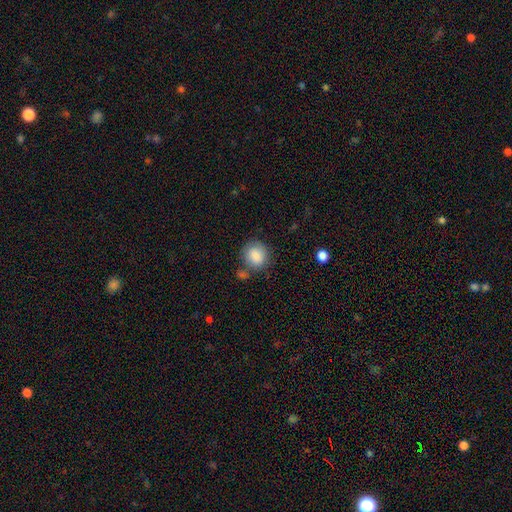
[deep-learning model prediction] smooth-or-featured: smooth: 86% | star or artifact: 7% | featured or disk: 7%
  how-rounded: round: 81% | in between: 18% | cigar-shaped: 1%
  merging: none: 69% | minor disturbance: 16% | merger: 9% | major disturbance: 6%